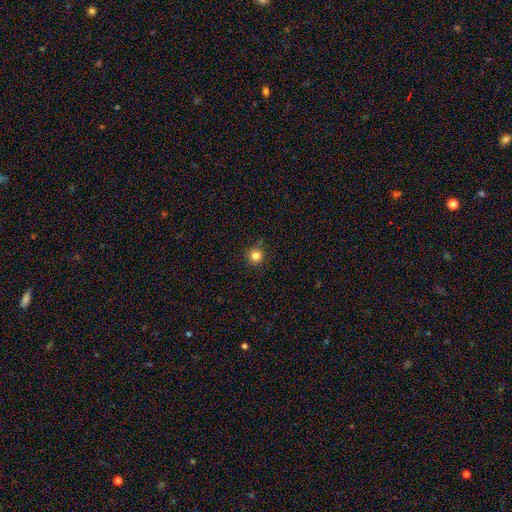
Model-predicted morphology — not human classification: Smooth or featured? smooth (83%)
How rounded? round (95%)
Merging? none (88%)